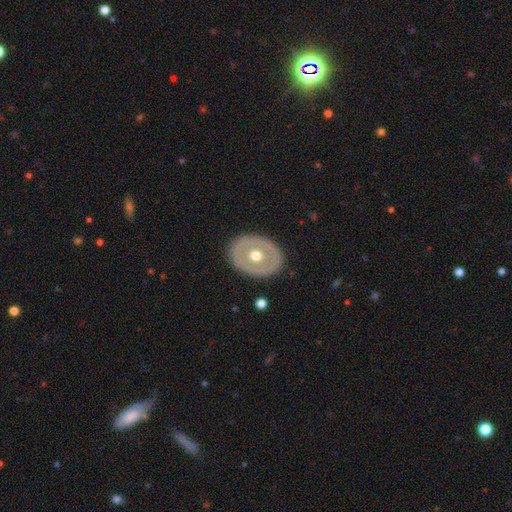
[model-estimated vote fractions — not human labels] featured or disk 57%, smooth 38%, star or artifact 5%. Down the decision tree: edge-on disk — no (92%); bar — no (92%); spiral arms — no (94%); bulge size — moderate (81%); merging — none (86%).